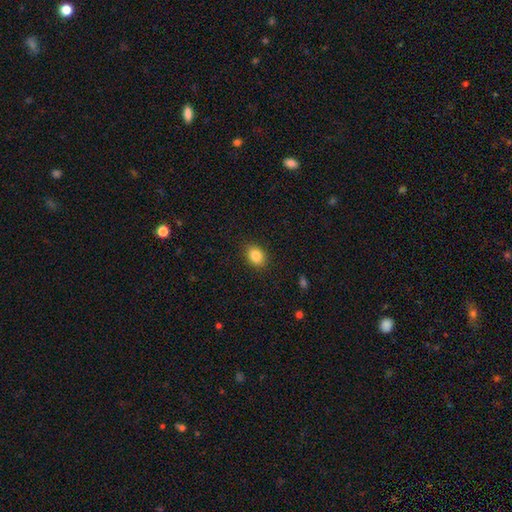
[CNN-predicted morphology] This appears to be a smooth galaxy with no disk features (85%) that is in between round and cigar-shaped (63%). Merging: none (87%).